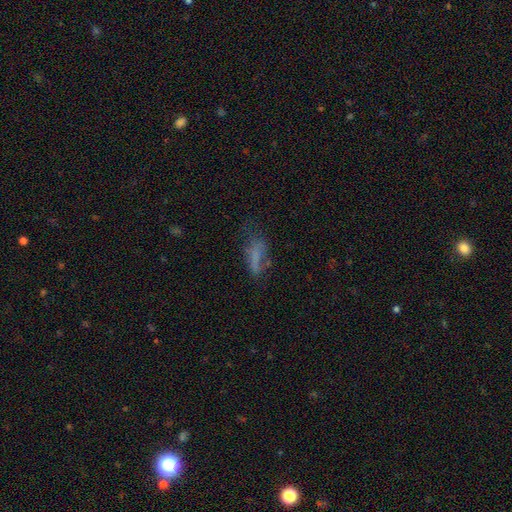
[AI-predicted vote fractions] Q: Smooth or featured?
A: smooth (57%); runner-up: featured or disk (25%)
Q: How rounded?
A: in between (66%); runner-up: cigar-shaped (31%)
Q: Merging?
A: none (39%); runner-up: major disturbance (31%)